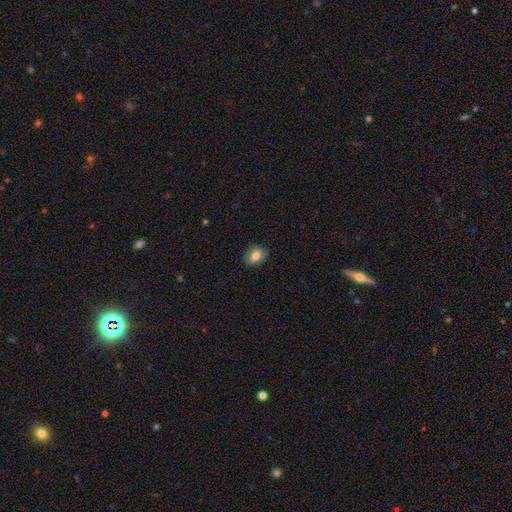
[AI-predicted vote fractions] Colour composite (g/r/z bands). It shows a smooth galaxy with no disk features (76%) that is in between round and cigar-shaped (67%). Merging: none (83%).